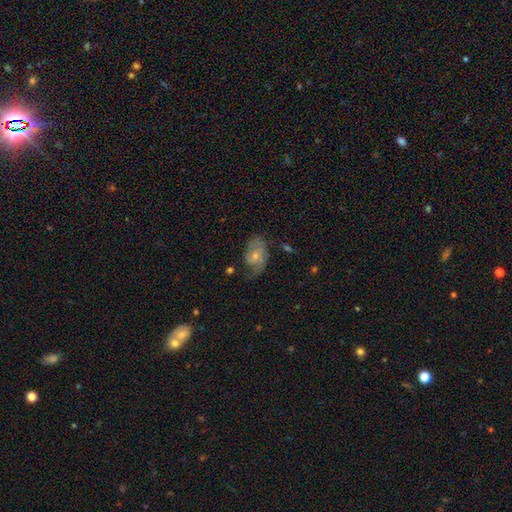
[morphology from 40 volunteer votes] A featured or disk galaxy (75%) with no bar (62%), loose (48%) spiral arms (86%) and a small central bulge (52%).

Vote fractions:
- Smooth or featured? featured or disk: 75% / smooth: 18% / star or artifact: 8%
- Edge-on disk? no: 97% / yes: 3%
- Bar? no: 62% / weak: 28% / strong: 10%
- Spiral arms? yes: 86% / no: 14%
- Spiral winding? loose: 48% / tight: 32% / medium: 20%
- Spiral arm count? can't tell: 44% / 2: 40% / 1: 8% / more than 4: 8% / 3: 0% / 4: 0%
- Bulge size? small: 52% / moderate: 41% / dominant: 3% / none: 3% / large: 0%
- Merging? none: 54% / minor disturbance: 27% / major disturbance: 14% / merger: 5%